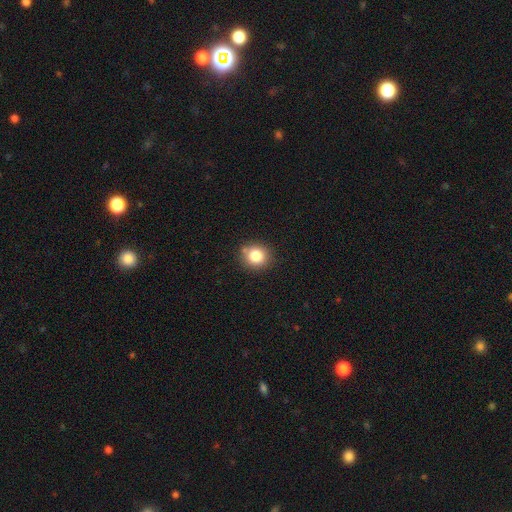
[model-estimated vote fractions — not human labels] Smooth or featured? Predicted: smooth (p=0.81). How rounded? Predicted: round (p=0.85). Merging? Predicted: none (p=0.83).